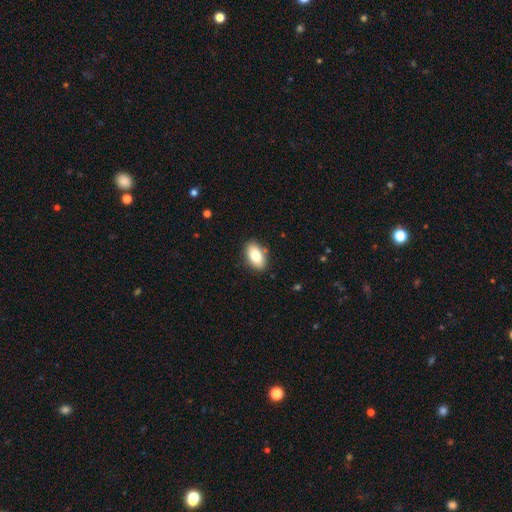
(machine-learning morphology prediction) The model was most divided on "smooth or featured": smooth: 80%, featured or disk: 13%, star or artifact: 7%. More confident: how rounded — in between (92%); merging — none (87%).